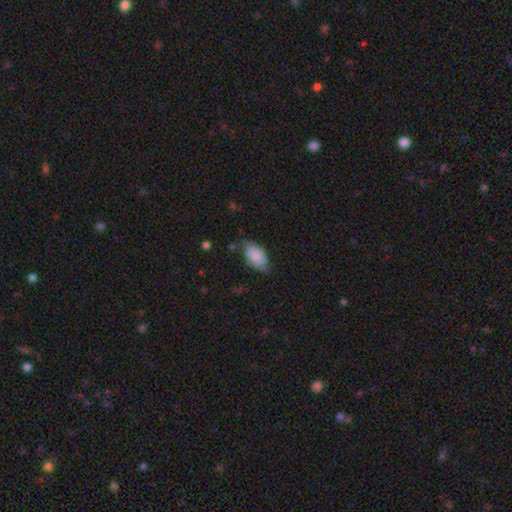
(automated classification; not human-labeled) Smooth or featured? Predicted: smooth (p=0.80). How rounded? Predicted: in between (p=0.94). Merging? Predicted: none (p=0.59).